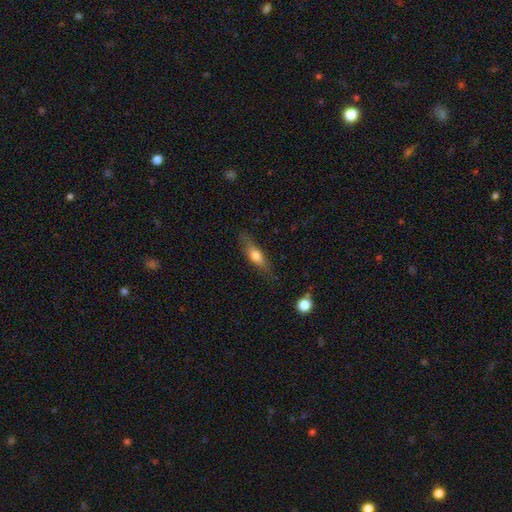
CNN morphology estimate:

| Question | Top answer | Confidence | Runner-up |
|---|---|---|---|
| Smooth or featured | smooth | 63% | featured or disk (30%) |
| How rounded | cigar-shaped | 52% | in between (44%) |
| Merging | none | 77% | minor disturbance (16%) |